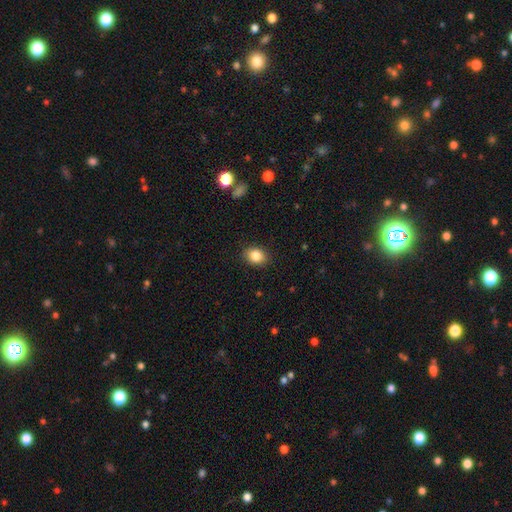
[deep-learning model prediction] smooth_or_featured: smooth (p=0.85) [alt: star or artifact p=0.09]
how_rounded: in between (p=0.57) [alt: round p=0.42]
merging: none (p=0.88) [alt: minor disturbance p=0.09]